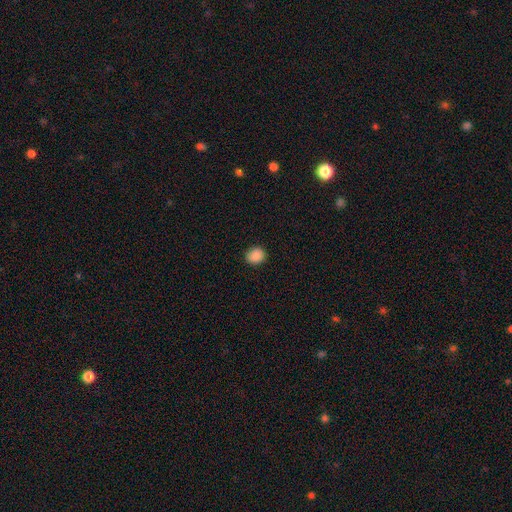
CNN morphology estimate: A smooth galaxy with no disk features (89%) that is round (74%). Merging: none (89%).